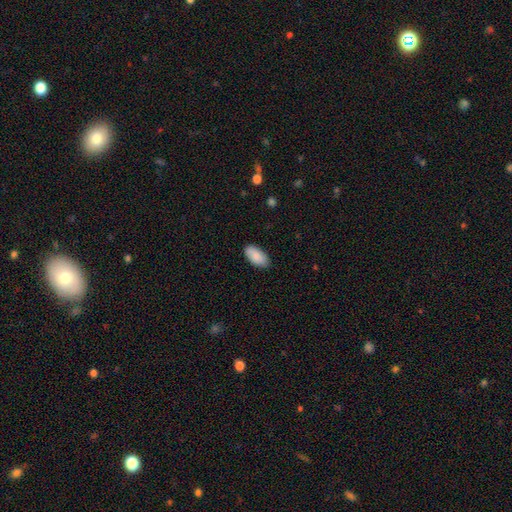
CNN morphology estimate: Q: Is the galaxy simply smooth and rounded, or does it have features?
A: smooth — 88%.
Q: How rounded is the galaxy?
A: in between — 95%.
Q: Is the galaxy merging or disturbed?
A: none — 85%.